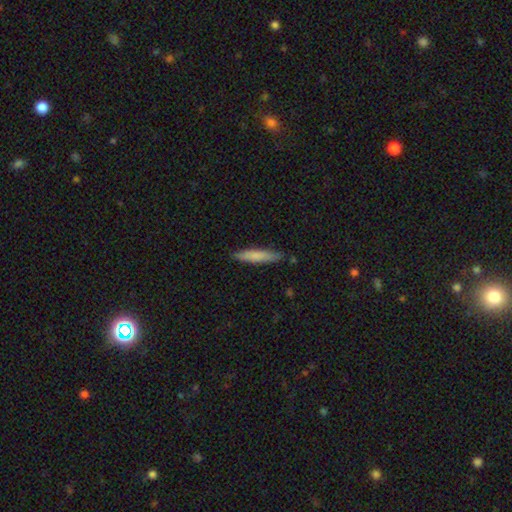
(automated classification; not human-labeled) Smooth or featured? smooth (75%)
How rounded? cigar-shaped (89%)
Merging? none (85%)